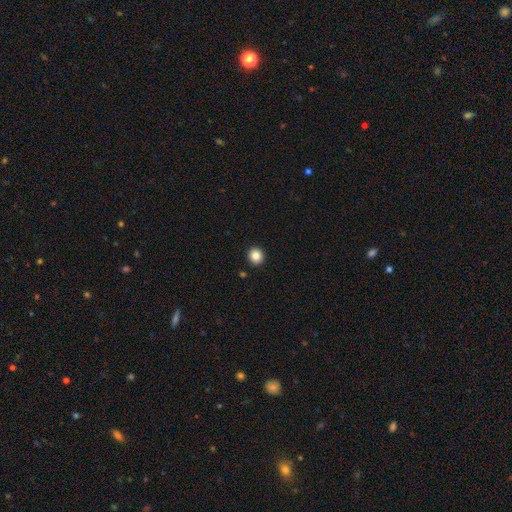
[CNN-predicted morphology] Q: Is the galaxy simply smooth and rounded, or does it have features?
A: smooth — 85%.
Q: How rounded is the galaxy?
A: round — 92%.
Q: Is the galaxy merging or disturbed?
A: none — 93%.